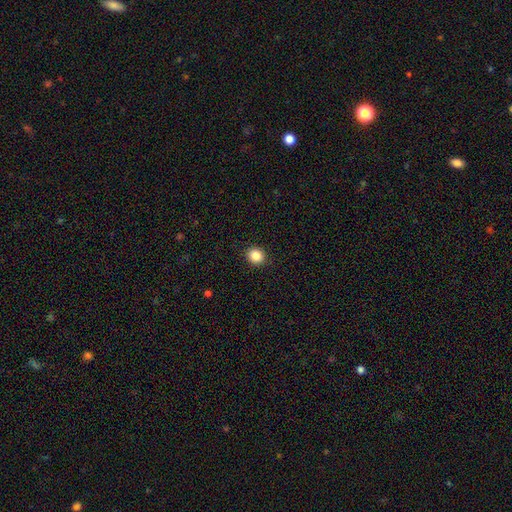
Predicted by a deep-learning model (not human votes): Morphology: type=smooth (86%); roundness=round (81%); merging=none (92%).